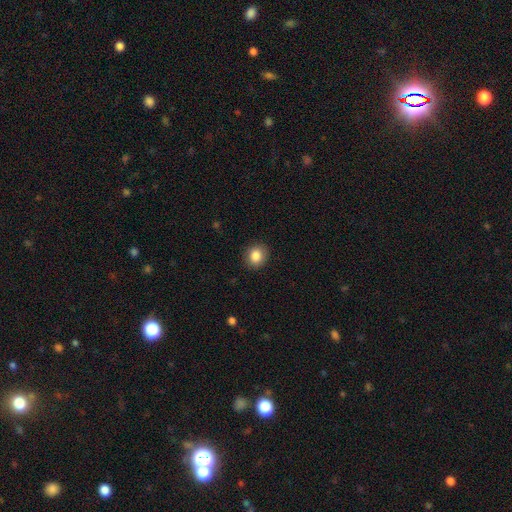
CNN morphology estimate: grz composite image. It shows a smooth galaxy with no disk features (86%) that is round (73%). Merging: none (89%).